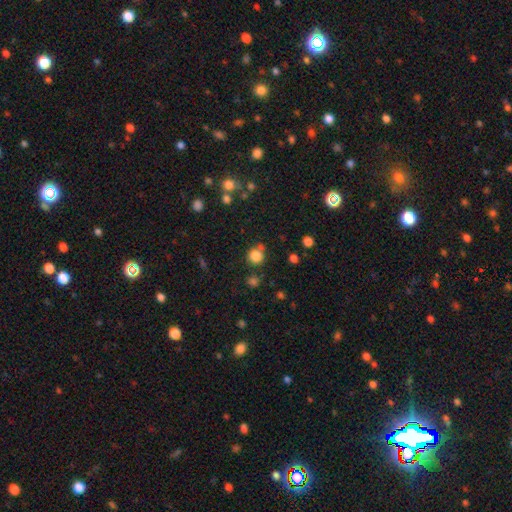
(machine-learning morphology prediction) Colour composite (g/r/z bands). It shows a smooth galaxy with no disk features (82%) that is round (91%). Merging: none (75%).